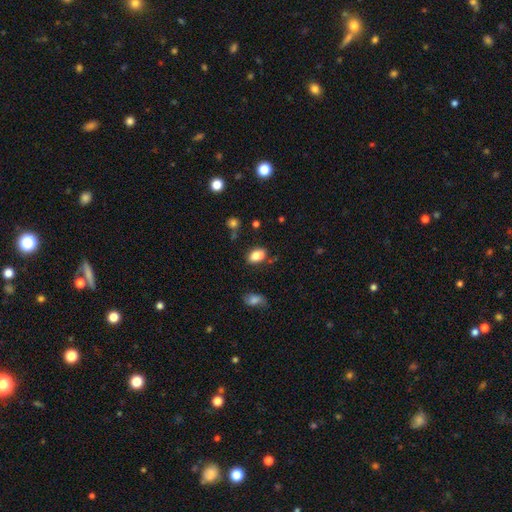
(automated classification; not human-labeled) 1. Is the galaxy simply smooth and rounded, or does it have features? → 83% smooth, 9% star or artifact, 8% featured or disk.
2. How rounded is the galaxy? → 88% in between, 10% round, 2% cigar-shaped.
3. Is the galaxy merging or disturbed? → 70% none, 18% minor disturbance, 8% merger, 5% major disturbance.